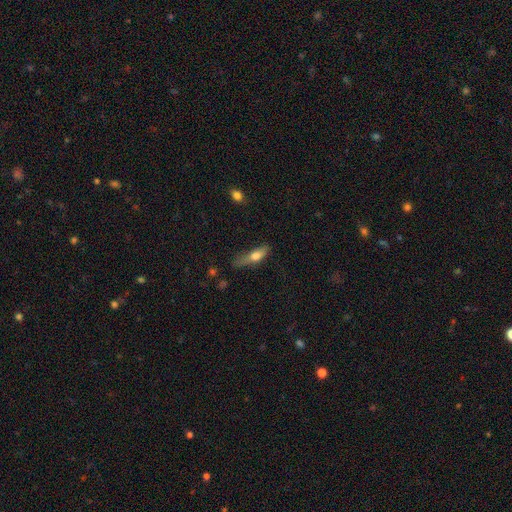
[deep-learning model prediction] A smooth galaxy with no disk features (65%) that is cigar-shaped (55%).

Vote fractions:
- Smooth or featured? smooth: 65% / featured or disk: 27% / star or artifact: 7%
- How rounded? cigar-shaped: 55% / in between: 42% / round: 4%
- Merging? none: 45% / minor disturbance: 33% / major disturbance: 18% / merger: 4%